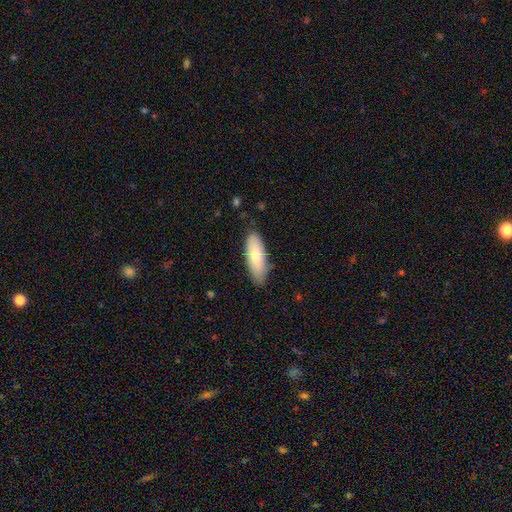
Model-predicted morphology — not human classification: Smooth or featured?
  - smooth: 73% *
  - featured or disk: 21%
  - star or artifact: 6%
How rounded?
  - in between: 70% *
  - cigar-shaped: 28%
  - round: 2%
Merging?
  - none: 80% *
  - minor disturbance: 16%
  - major disturbance: 3%
  - merger: 1%